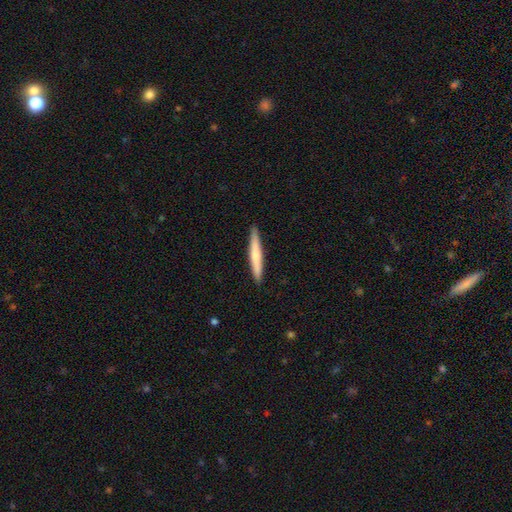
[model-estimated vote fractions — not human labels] This is possibly a smooth galaxy (60%). How rounded: clearly cigar-shaped (95%). Merging: clearly none (91%).